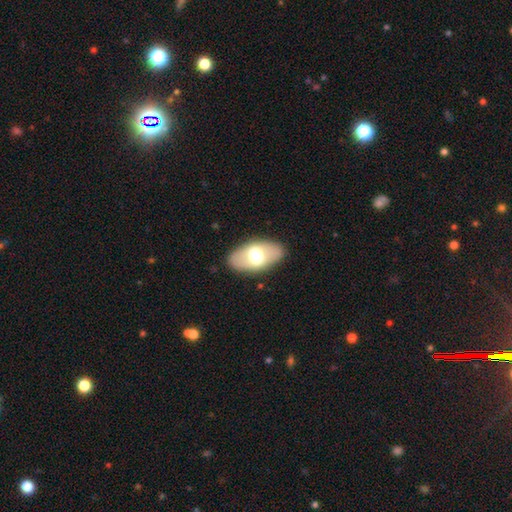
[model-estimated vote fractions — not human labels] Q: Smooth or featured?
A: smooth (54%); runner-up: featured or disk (40%)
Q: How rounded?
A: in between (93%); runner-up: round (5%)
Q: Merging?
A: none (85%); runner-up: minor disturbance (10%)